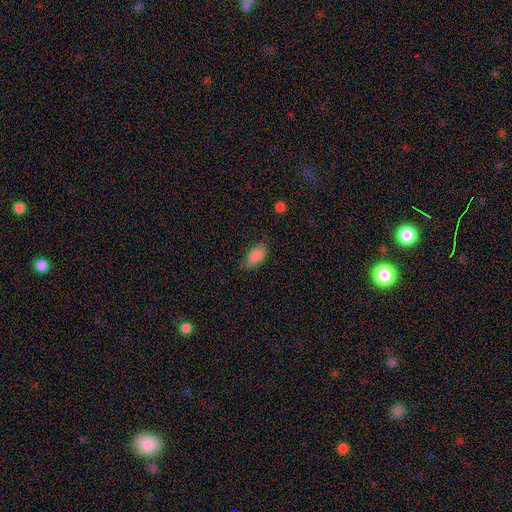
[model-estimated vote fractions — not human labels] Morphology: type=smooth (86%); roundness=in between (92%); merging=none (68%).